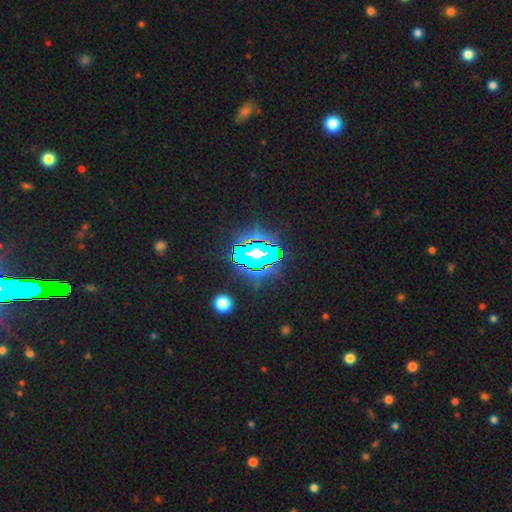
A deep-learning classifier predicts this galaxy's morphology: Overall: star or artifact (65%).